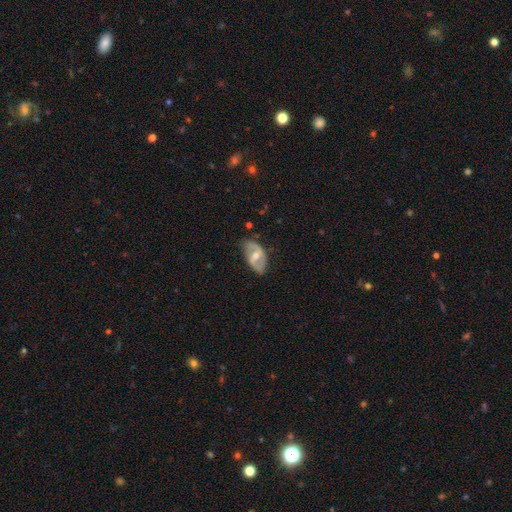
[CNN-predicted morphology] Overall: featured or disk (64%; smooth 30%). Edge-on disk: no (92%). Bar: weak (44%; strong 32%). Spiral arms: yes (64%; no 36%). Bulge size: moderate (64%; small 30%). Merging: none (69%).